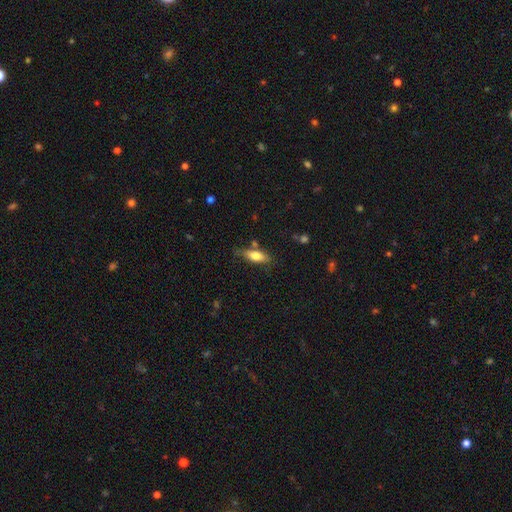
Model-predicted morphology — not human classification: Smooth or featured?
  - smooth: 70% *
  - featured or disk: 23%
  - star or artifact: 7%
How rounded?
  - in between: 64% *
  - cigar-shaped: 33%
  - round: 3%
Merging?
  - none: 71% *
  - minor disturbance: 19%
  - merger: 6%
  - major disturbance: 5%